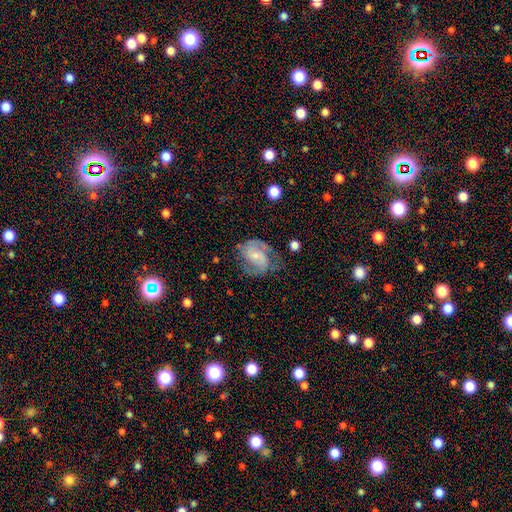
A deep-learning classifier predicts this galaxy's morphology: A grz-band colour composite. It shows a featured or disk galaxy (78%) with no bar (48%), 2 (80%) medium (50%) spiral arms (92%) and a small central bulge (60%). Merging: none (59%).